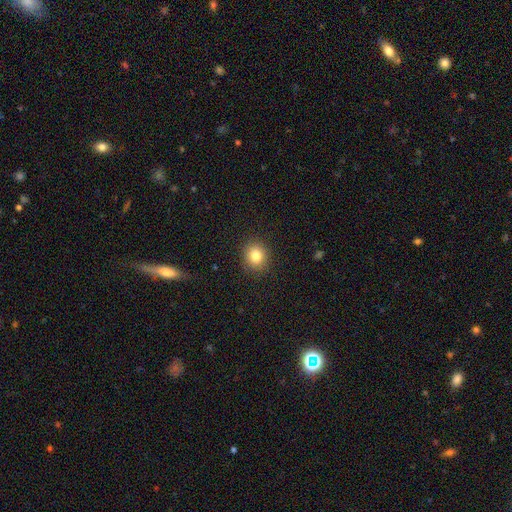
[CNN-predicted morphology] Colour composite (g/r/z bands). It shows a smooth galaxy with no disk features (82%) that is round (78%). Merging: none (90%).